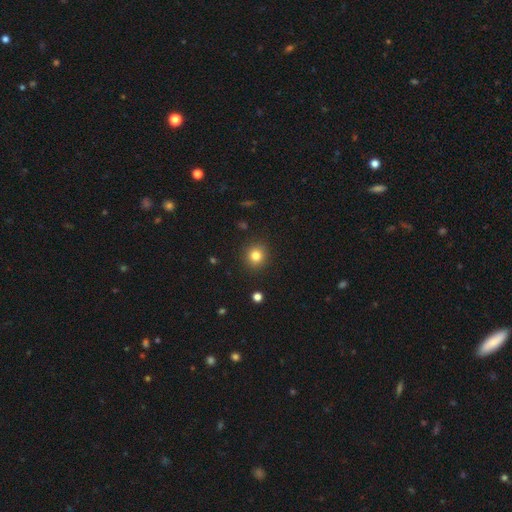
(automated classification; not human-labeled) Overall: smooth (82%). How rounded: round (89%). Merging: none (91%).